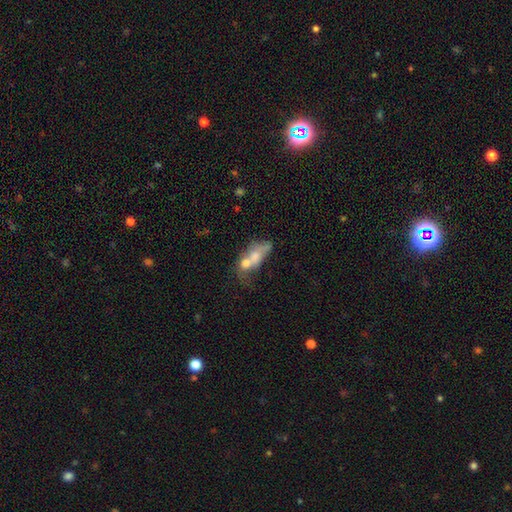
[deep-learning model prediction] Overall: smooth (55%; featured or disk 34%). How rounded: in between (71%). Merging: merger (64%).